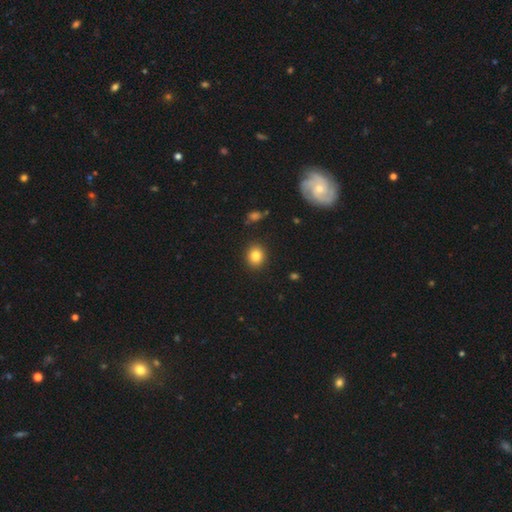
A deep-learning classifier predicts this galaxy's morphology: smooth-or-featured: smooth: 82% | star or artifact: 11% | featured or disk: 7%
  how-rounded: round: 74% | in between: 25% | cigar-shaped: 1%
  merging: none: 90% | minor disturbance: 7% | major disturbance: 2% | merger: 1%